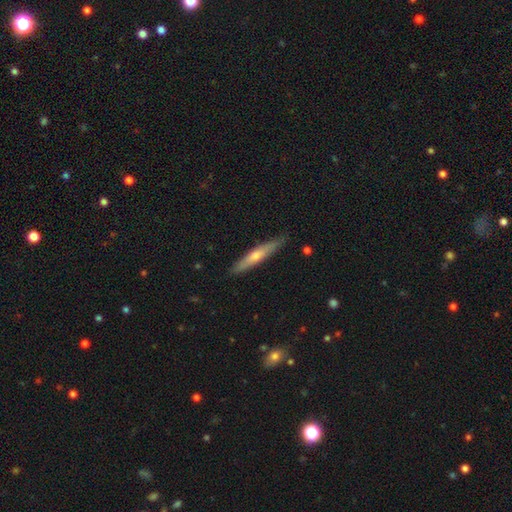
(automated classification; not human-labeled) Smooth or featured? featured or disk (50%)
Merging? none (87%)